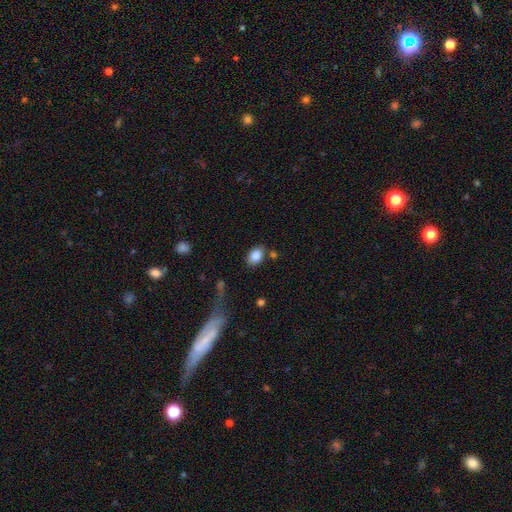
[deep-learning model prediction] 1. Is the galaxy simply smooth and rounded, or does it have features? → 86% smooth, 8% star or artifact, 6% featured or disk.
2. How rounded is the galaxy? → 81% in between, 18% round, 1% cigar-shaped.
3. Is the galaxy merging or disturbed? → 76% none, 14% minor disturbance, 6% merger, 4% major disturbance.